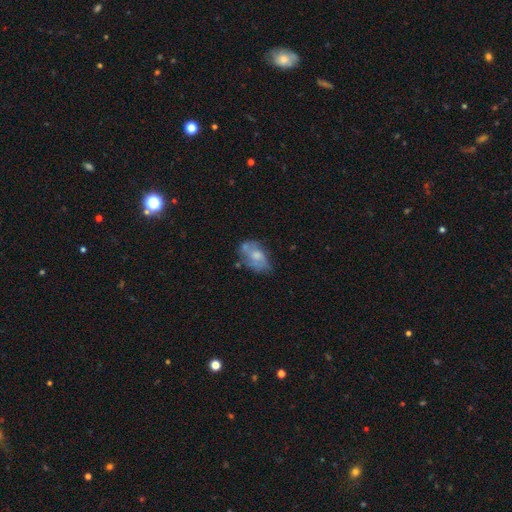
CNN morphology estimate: Overall: featured or disk (49%; smooth 42%). Merging: none (43%; minor disturbance 27%).